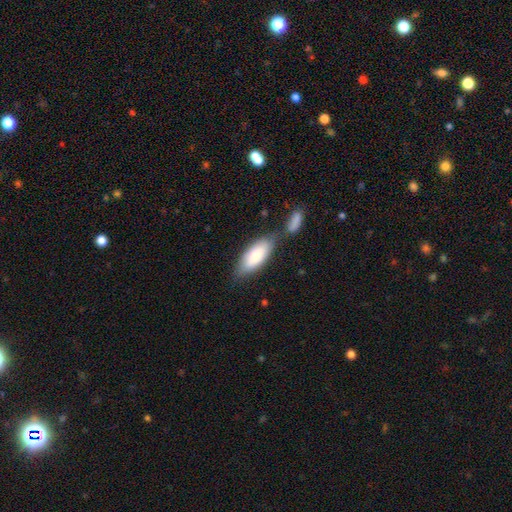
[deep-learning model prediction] smooth-or-featured: smooth: 82% | featured or disk: 13% | star or artifact: 5%
  how-rounded: in between: 79% | cigar-shaped: 19% | round: 2%
  merging: none: 54% | merger: 24% | minor disturbance: 17% | major disturbance: 5%